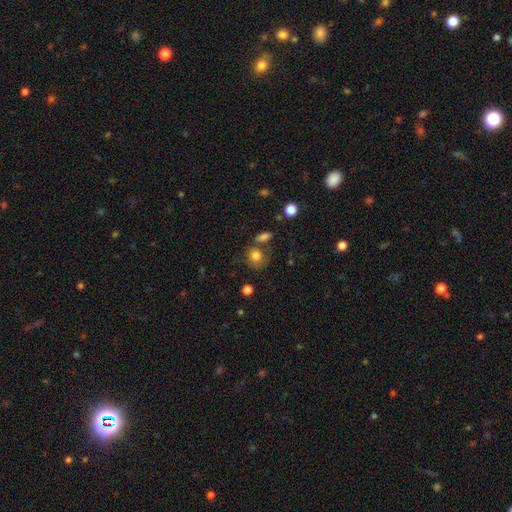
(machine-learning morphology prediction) Smooth or featured?
  - smooth: 81% *
  - star or artifact: 10%
  - featured or disk: 9%
How rounded?
  - round: 68% *
  - in between: 30%
  - cigar-shaped: 1%
Merging?
  - none: 60% *
  - minor disturbance: 17%
  - merger: 16%
  - major disturbance: 7%